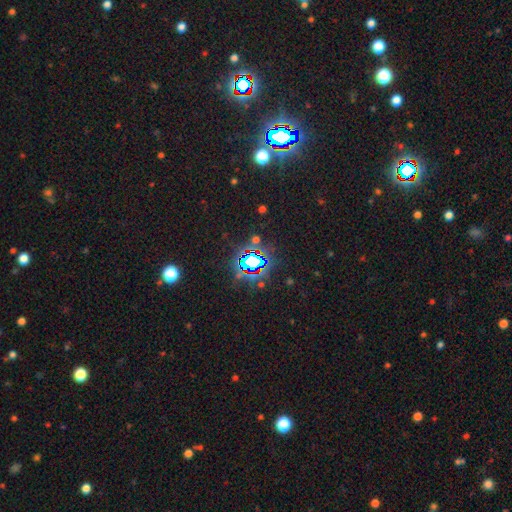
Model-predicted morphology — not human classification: A star or artifact, not a galaxy (75%).